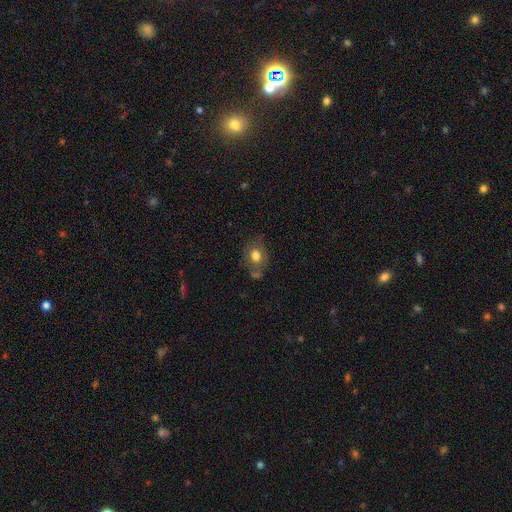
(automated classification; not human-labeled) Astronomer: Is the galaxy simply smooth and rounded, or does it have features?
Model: smooth — 75%.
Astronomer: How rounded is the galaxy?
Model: round — 56% (runner-up: in between, 43%).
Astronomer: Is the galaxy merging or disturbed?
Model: none — 57%.